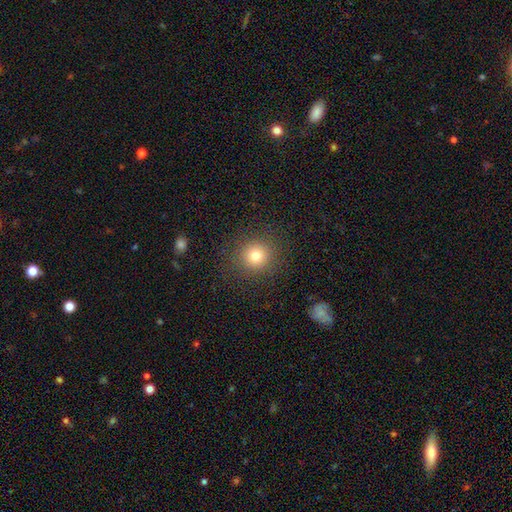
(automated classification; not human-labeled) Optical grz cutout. It shows a smooth galaxy with no disk features (79%) that is round (92%). Merging: none (89%).